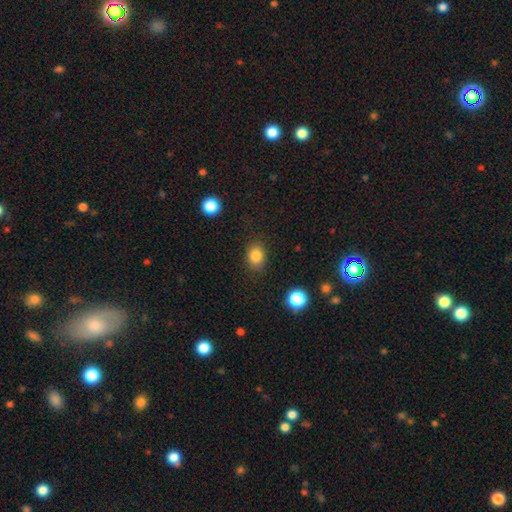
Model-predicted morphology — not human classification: smooth_or_featured: smooth (p=0.84) [alt: star or artifact p=0.11]
how_rounded: in between (p=0.55) [alt: round p=0.44]
merging: none (p=0.84) [alt: minor disturbance p=0.12]